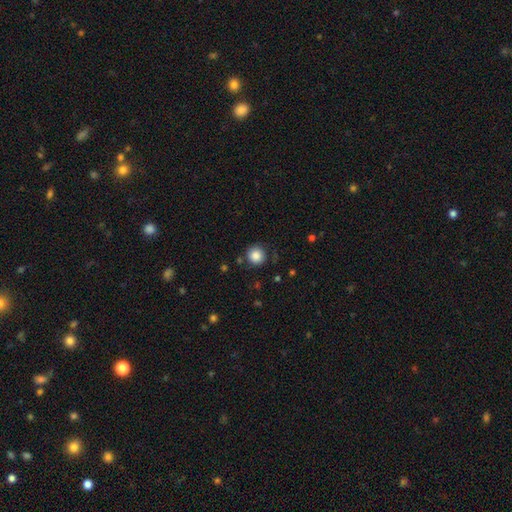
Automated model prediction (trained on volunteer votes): The model was most divided on "merging": none: 82%, minor disturbance: 11%, major disturbance: 4%, merger: 2%. More confident: how rounded — round (93%); smooth or featured — smooth (86%).